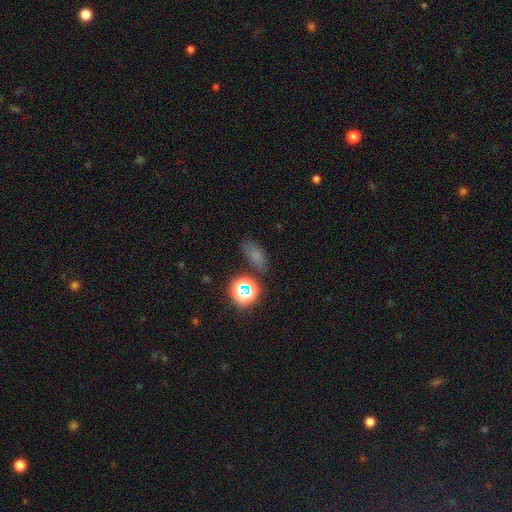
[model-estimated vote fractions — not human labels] This appears to be a smooth galaxy with no disk features (59%) that is in between round and cigar-shaped (72%). Merging: none (71%).